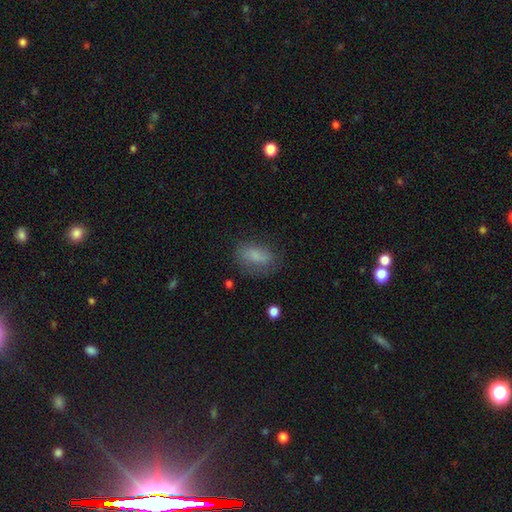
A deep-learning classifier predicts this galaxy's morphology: This appears to be a smooth galaxy with no disk features (76%) that is in between round and cigar-shaped (85%). Merging: none (65%).